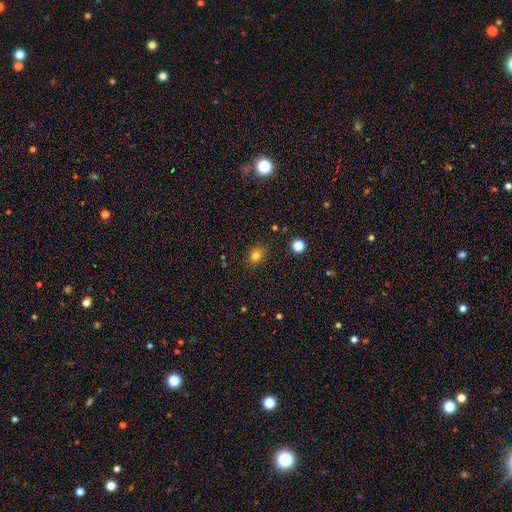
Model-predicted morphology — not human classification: Q: Smooth or featured?
A: smooth (79%); runner-up: star or artifact (14%)
Q: How rounded?
A: in between (54%); runner-up: round (45%)
Q: Merging?
A: none (84%); runner-up: minor disturbance (11%)